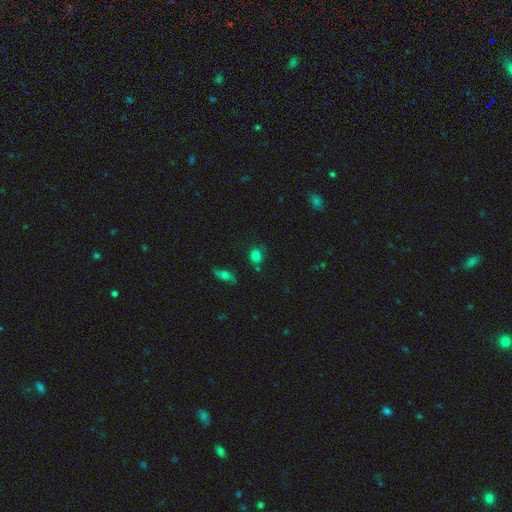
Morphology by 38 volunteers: This is clearly a smooth galaxy (87%). How rounded: likely round (61%). Merging: possibly none (59%).